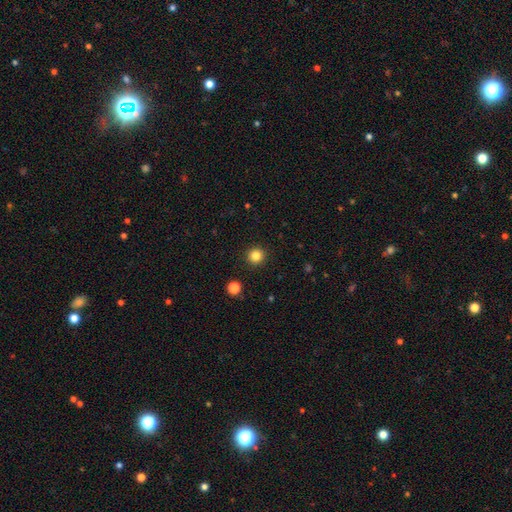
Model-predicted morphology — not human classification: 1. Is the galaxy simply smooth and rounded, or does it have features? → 83% smooth, 12% star or artifact, 5% featured or disk.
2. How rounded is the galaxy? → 95% round, 4% in between, 1% cigar-shaped.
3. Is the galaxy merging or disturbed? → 93% none, 4% minor disturbance, 2% major disturbance, 1% merger.